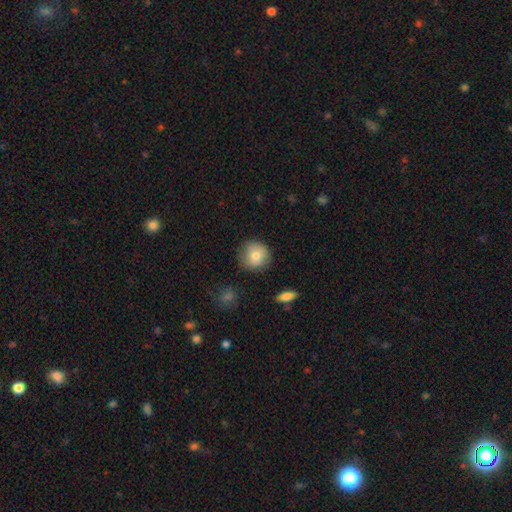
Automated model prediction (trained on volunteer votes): This appears to be a smooth galaxy with no disk features (79%) that is round (90%). Merging: none (80%).